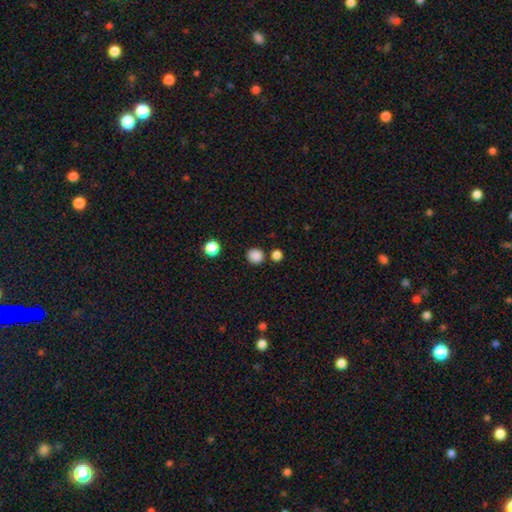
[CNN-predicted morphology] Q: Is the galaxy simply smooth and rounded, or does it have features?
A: smooth — 86%.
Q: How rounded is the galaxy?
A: round — 86%.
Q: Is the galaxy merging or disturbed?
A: none — 84%.